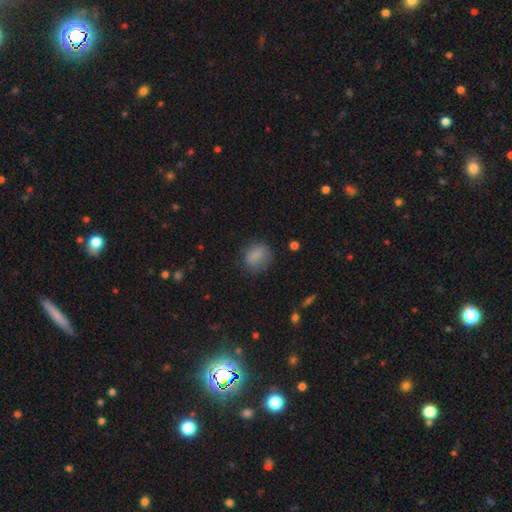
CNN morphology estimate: smooth-or-featured: smooth: 81% | star or artifact: 10% | featured or disk: 9%
  how-rounded: round: 55% | in between: 43% | cigar-shaped: 2%
  merging: none: 67% | minor disturbance: 22% | major disturbance: 9% | merger: 2%